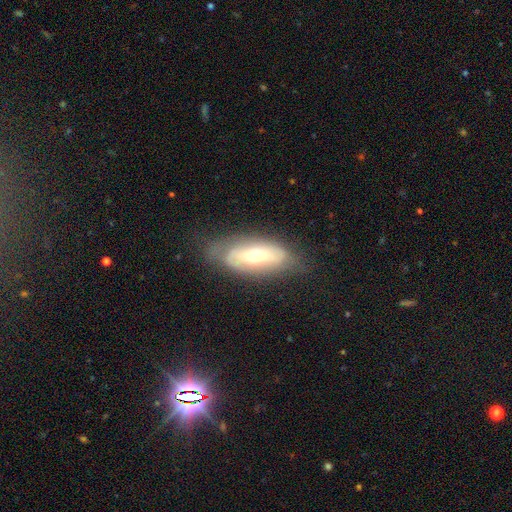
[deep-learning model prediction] smooth_or_featured: featured or disk (p=0.52) [alt: smooth p=0.41]
disk_edge_on: no (p=0.79) [alt: yes p=0.21]
merging: none (p=0.62) [alt: minor disturbance p=0.26]